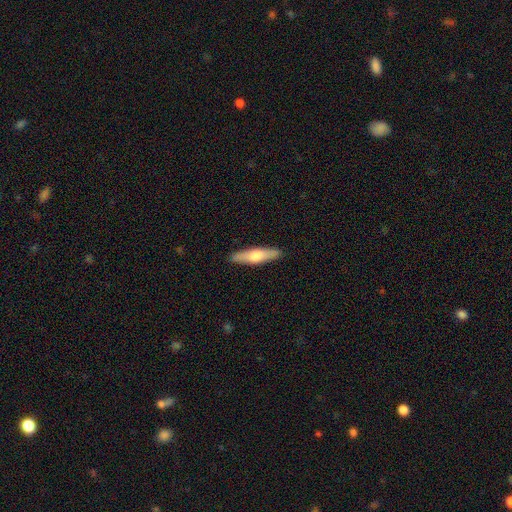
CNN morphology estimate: Overall: smooth (58%; featured or disk 37%). How rounded: cigar-shaped (77%). Merging: none (90%).